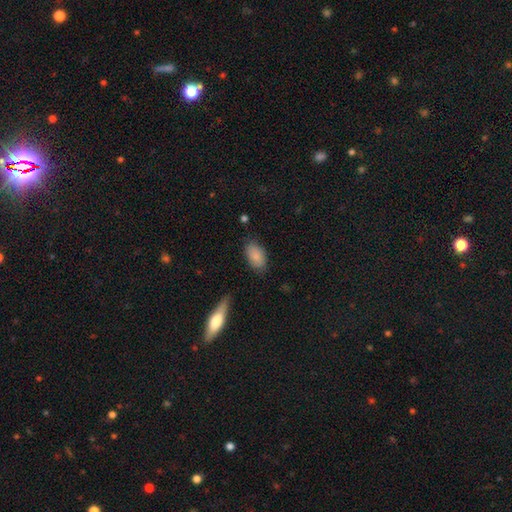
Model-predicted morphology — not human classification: Smooth or featured: smooth — 86% (featured or disk — 7%)
How rounded: in between — 92% (round — 6%)
Merging: none — 77% (minor disturbance — 17%)